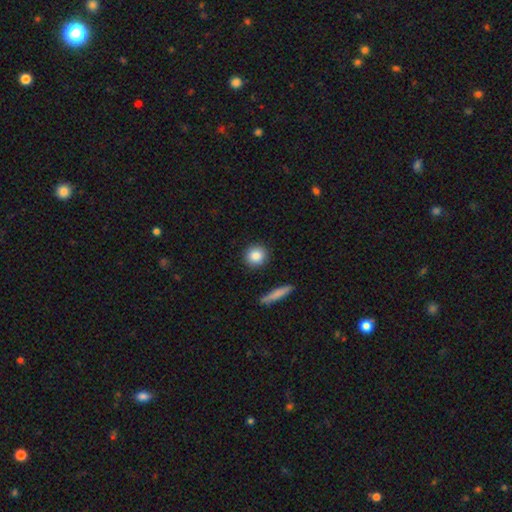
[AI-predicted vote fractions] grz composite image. It shows a smooth galaxy with no disk features (85%) that is round (89%). Merging: none (89%).